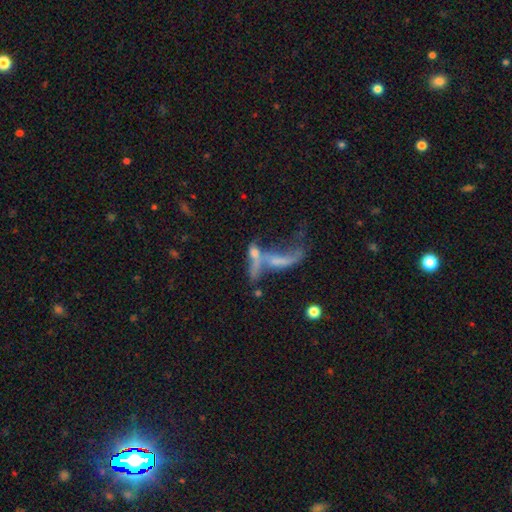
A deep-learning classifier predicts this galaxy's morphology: type=featured or disk (59%); edge-on=no (79%); merging=merger (52%).